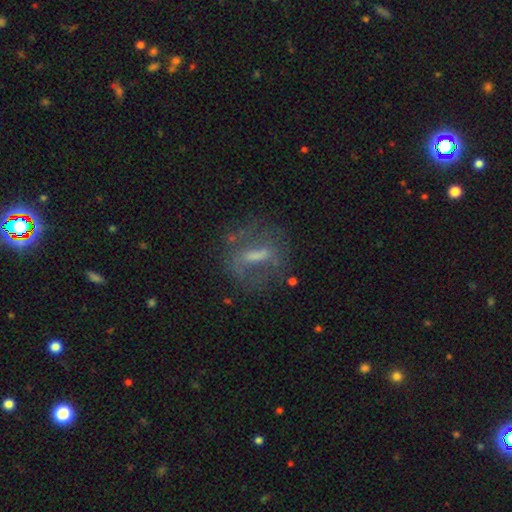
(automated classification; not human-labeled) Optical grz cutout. It shows a featured or disk galaxy (57%). Merging: none (61%).